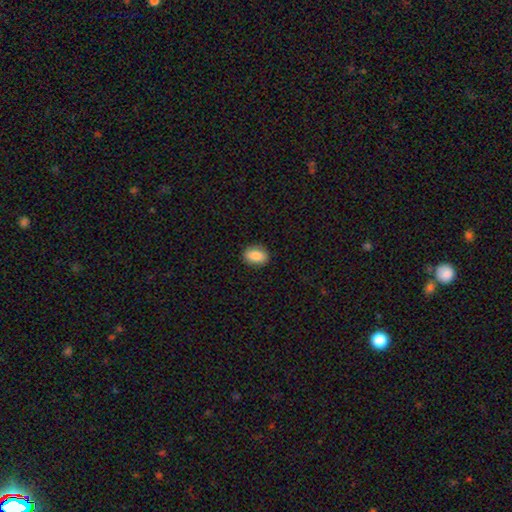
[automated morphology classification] Smooth or featured?
  - smooth: 85% *
  - star or artifact: 8%
  - featured or disk: 7%
How rounded?
  - in between: 75% *
  - round: 24%
  - cigar-shaped: 1%
Merging?
  - none: 88% *
  - minor disturbance: 9%
  - major disturbance: 2%
  - merger: 1%